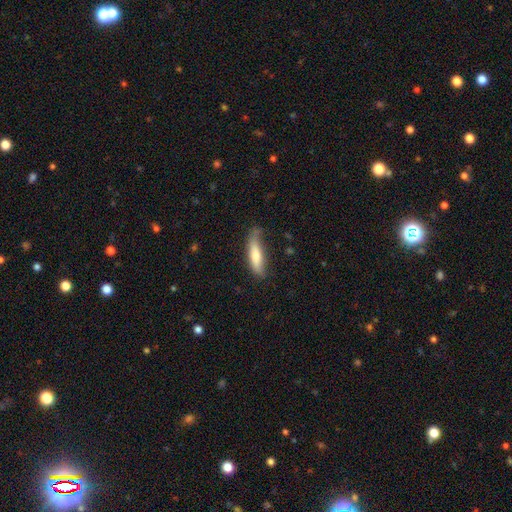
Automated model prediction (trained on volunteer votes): Smooth or featured? smooth (74%)
How rounded? cigar-shaped (69%)
Merging? none (60%)